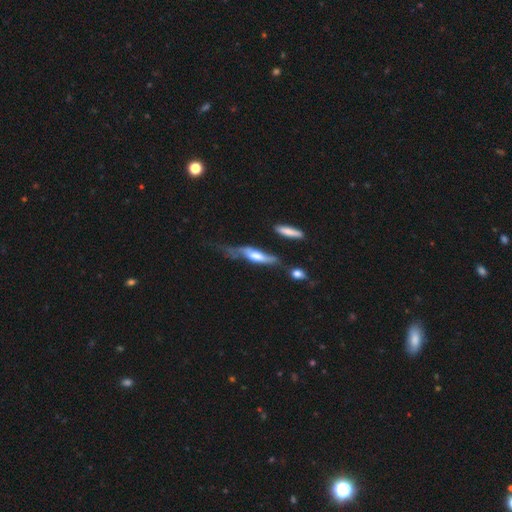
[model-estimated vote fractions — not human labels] A featured or disk galaxy (51%) viewed edge-on (62%).

Vote fractions:
- Smooth or featured? featured or disk: 51% / smooth: 41% / star or artifact: 8%
- Edge-on disk? yes: 62% / no: 38%
- Merging? major disturbance: 38% / none: 26% / minor disturbance: 25% / merger: 10%